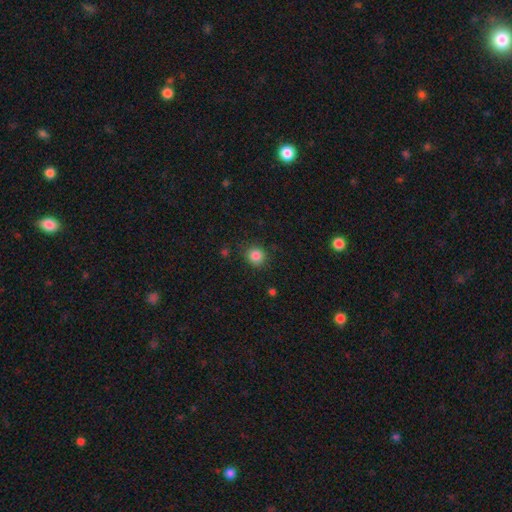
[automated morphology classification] This appears to be a smooth galaxy with no disk features (85%) that is round (87%). Merging: none (85%).